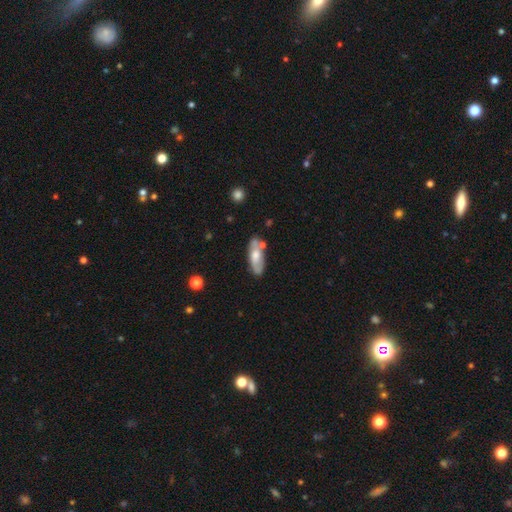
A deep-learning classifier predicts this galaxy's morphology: Overall: smooth (56%; featured or disk 39%). How rounded: in between (72%). Merging: none (68%).